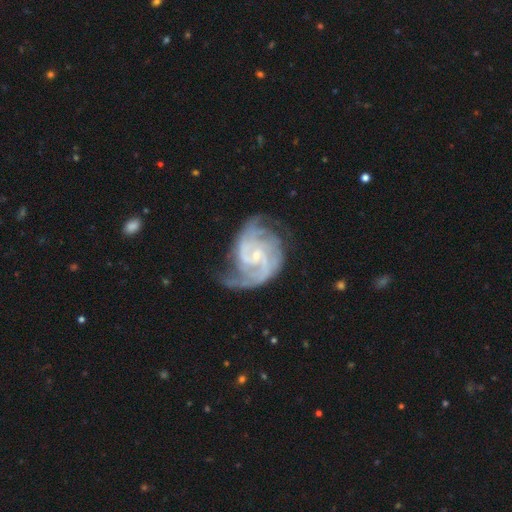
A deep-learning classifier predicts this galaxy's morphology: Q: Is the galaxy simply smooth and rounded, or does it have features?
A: featured or disk — 91%.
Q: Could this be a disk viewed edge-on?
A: no — 98%.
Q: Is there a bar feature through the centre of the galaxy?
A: no — 49%.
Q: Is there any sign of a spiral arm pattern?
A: yes — 98%.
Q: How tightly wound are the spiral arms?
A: medium — 46%.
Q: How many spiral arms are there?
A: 2 — 52%.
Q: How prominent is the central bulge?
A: small — 78%.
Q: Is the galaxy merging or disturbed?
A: none — 63%.